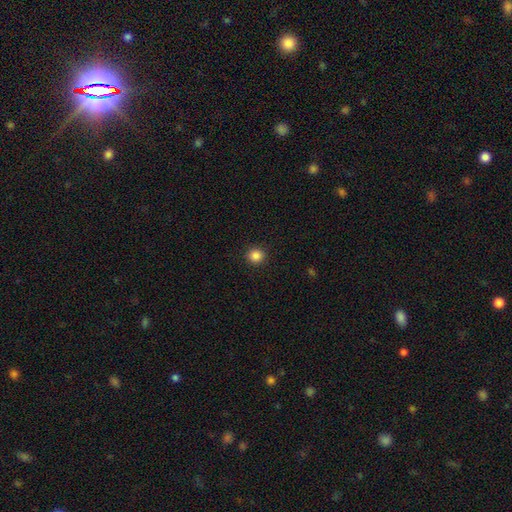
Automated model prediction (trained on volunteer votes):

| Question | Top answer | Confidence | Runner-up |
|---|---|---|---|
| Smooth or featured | smooth | 86% | star or artifact (11%) |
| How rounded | round | 93% | in between (6%) |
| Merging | none | 93% | minor disturbance (5%) |